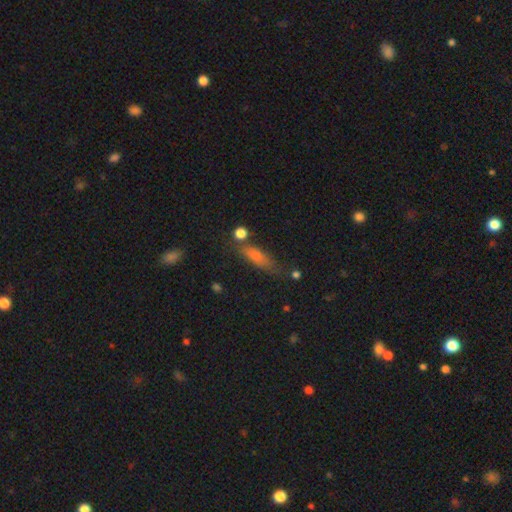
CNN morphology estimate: Overall: smooth (75%). How rounded: cigar-shaped (51%; in between 44%). Merging: none (62%).